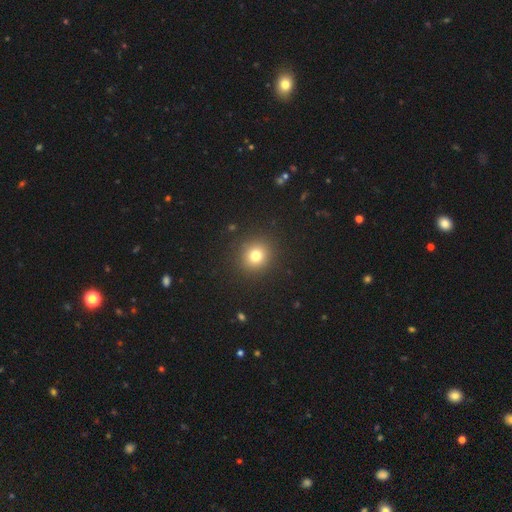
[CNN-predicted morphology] smooth-or-featured: smooth: 78% | star or artifact: 14% | featured or disk: 8%
  how-rounded: round: 91% | in between: 9% | cigar-shaped: 1%
  merging: none: 91% | minor disturbance: 6% | major disturbance: 3% | merger: 1%